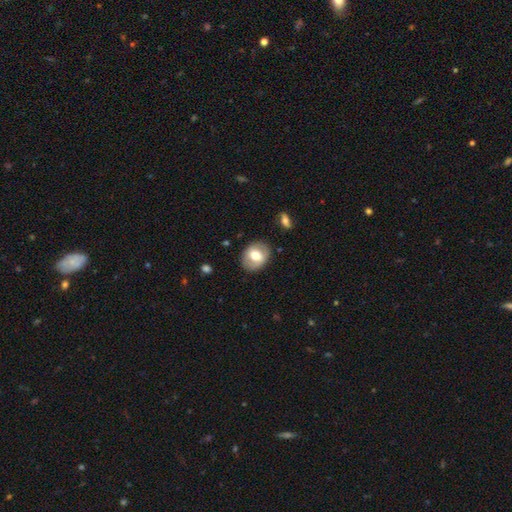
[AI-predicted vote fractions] Q: Smooth or featured?
A: smooth (61%); runner-up: featured or disk (32%)
Q: How rounded?
A: in between (55%); runner-up: round (44%)
Q: Merging?
A: none (84%); runner-up: minor disturbance (12%)